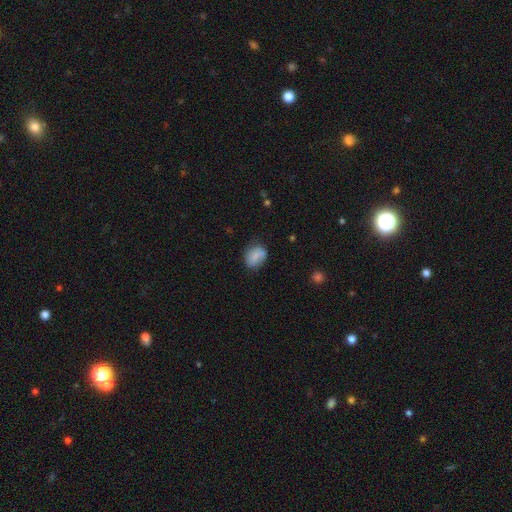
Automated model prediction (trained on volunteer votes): smooth-or-featured: smooth: 74% | featured or disk: 17% | star or artifact: 9%
  how-rounded: in between: 65% | round: 34% | cigar-shaped: 1%
  merging: none: 59% | minor disturbance: 27% | major disturbance: 8% | merger: 6%